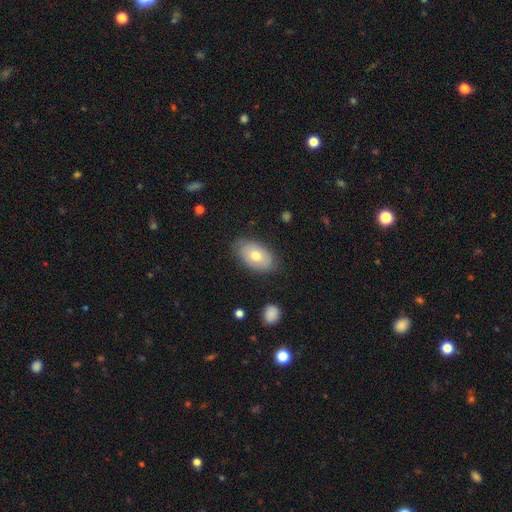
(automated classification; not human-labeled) smooth_or_featured: smooth (p=0.69) [alt: featured or disk p=0.24]
how_rounded: in between (p=0.92) [alt: round p=0.06]
merging: none (p=0.79) [alt: minor disturbance p=0.16]